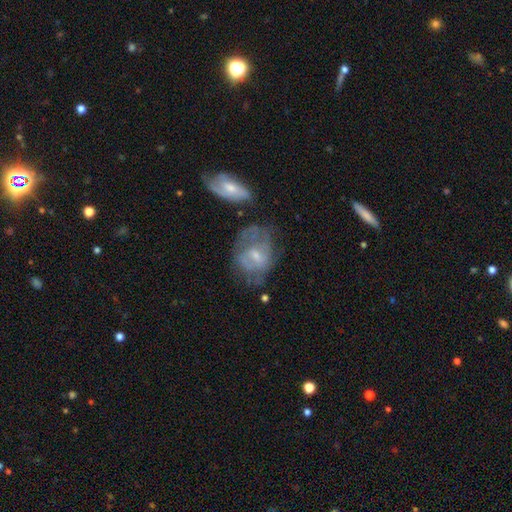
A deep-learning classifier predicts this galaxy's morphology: This appears to be a featured or disk galaxy (55%) with no bar (53%), spiral arms (51%) and a small central bulge (54%). Merging: none (38%).